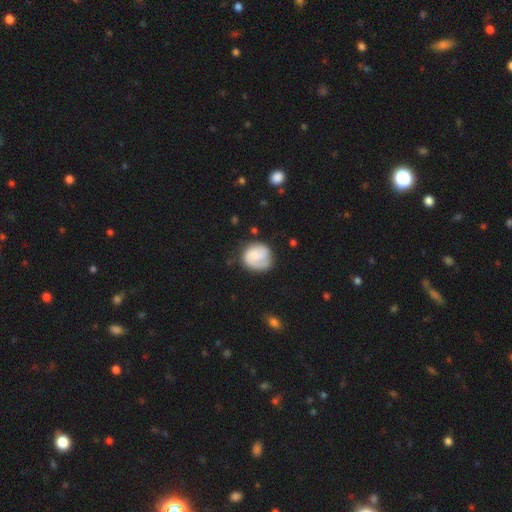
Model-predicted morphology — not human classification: Smooth or featured? featured or disk (51%)
Edge-on disk? no (98%)
Merging? none (65%)